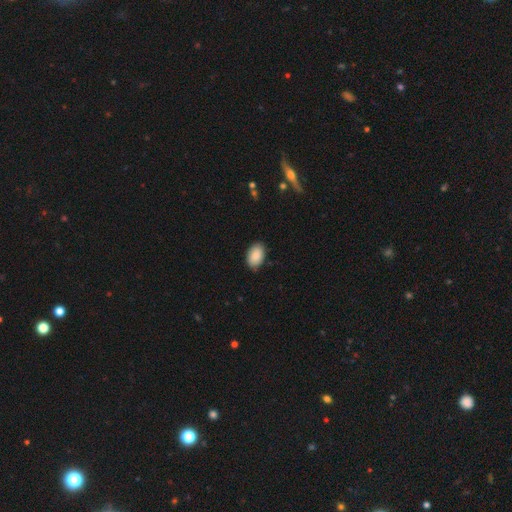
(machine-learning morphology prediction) Smooth or featured? Predicted: smooth (p=0.90). How rounded? Predicted: in between (p=0.91). Merging? Predicted: none (p=0.87).